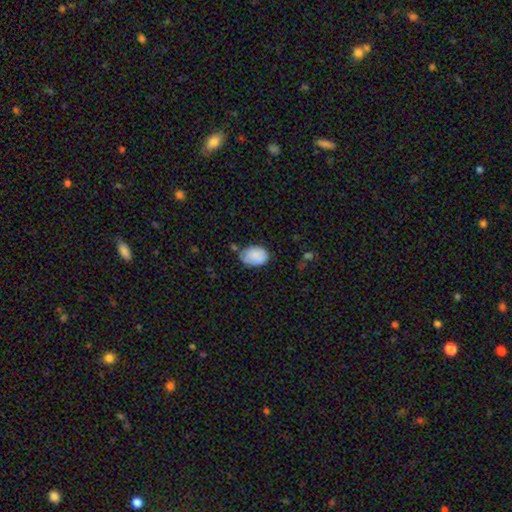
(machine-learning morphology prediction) smooth 86%, featured or disk 7%, star or artifact 7%. Down the decision tree: how rounded — in between (81%); merging — none (53%).